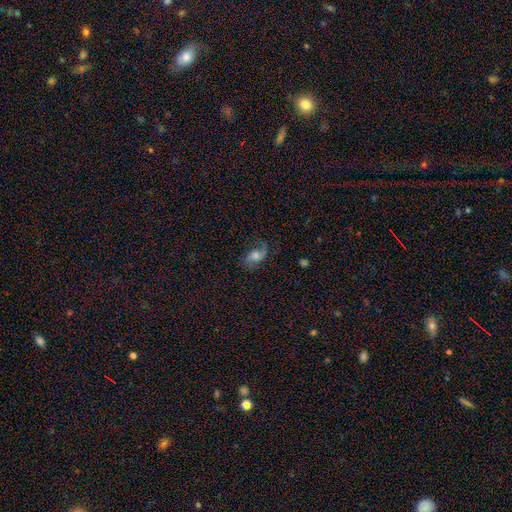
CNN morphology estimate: Overall: featured or disk (60%; smooth 30%). Edge-on disk: no (96%). Bar: no (61%; weak 31%). Spiral arms: yes (90%). Spiral arm count: 2 (67%). Spiral winding: loose (59%; medium 32%). Bulge size: moderate (53%; large 21%). Merging: none (60%; minor disturbance 21%).